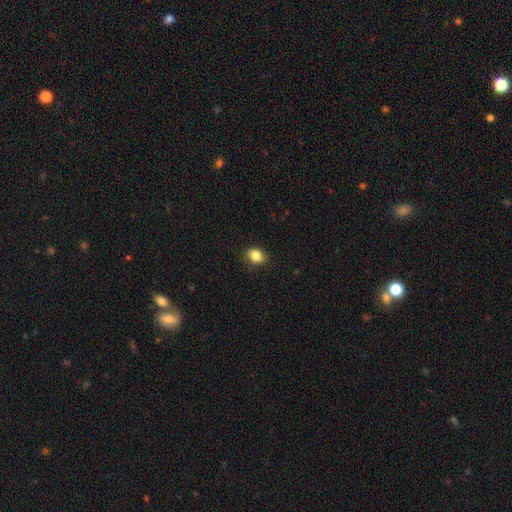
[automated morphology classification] Smooth or featured? Predicted: smooth (p=0.84). How rounded? Predicted: in between (p=0.53). Merging? Predicted: none (p=0.85).